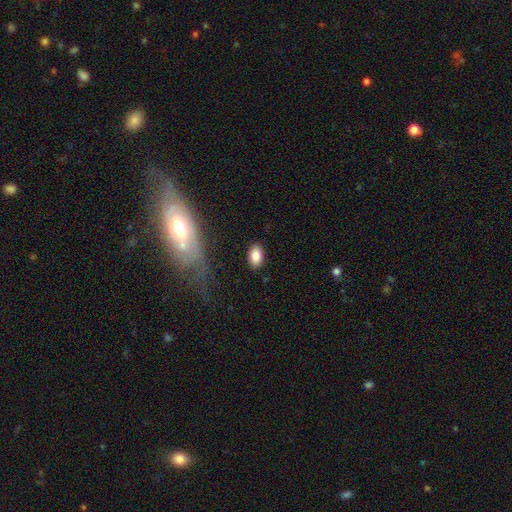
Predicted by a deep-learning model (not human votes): Smooth or featured? Predicted: smooth (p=0.86). How rounded? Predicted: in between (p=0.88). Merging? Predicted: none (p=0.86).